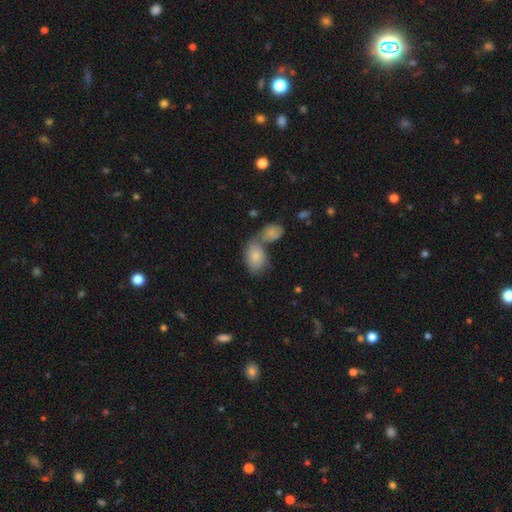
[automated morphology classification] This is clearly a smooth galaxy (82%). How rounded: clearly in between (87%). Merging: possibly merger (48%).